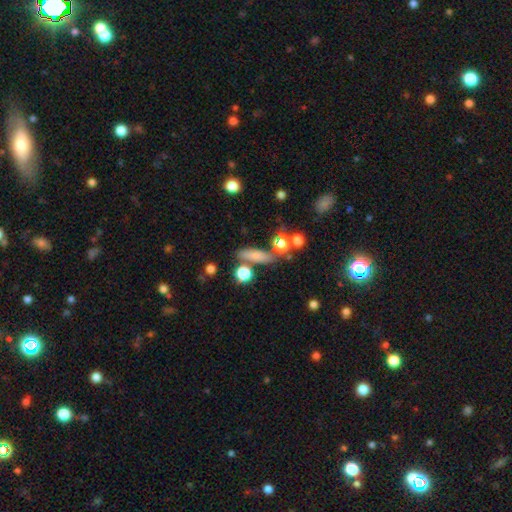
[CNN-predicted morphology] A smooth galaxy with no disk features (72%) that is cigar-shaped (58%).

Vote fractions:
- Smooth or featured? smooth: 72% / featured or disk: 16% / star or artifact: 12%
- How rounded? cigar-shaped: 58% / in between: 32% / round: 10%
- Merging? none: 69% / minor disturbance: 13% / merger: 13% / major disturbance: 5%